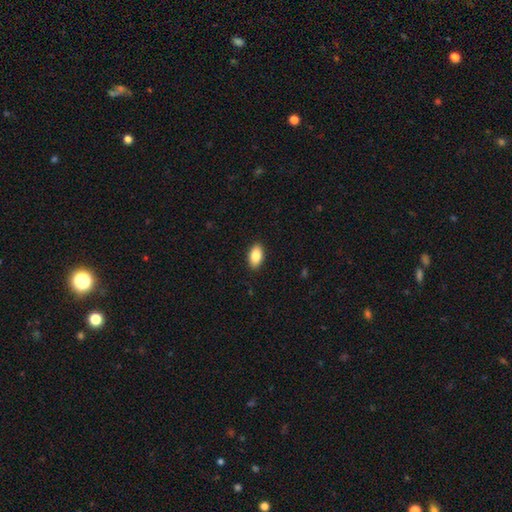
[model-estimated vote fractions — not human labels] smooth_or_featured: smooth (p=0.86) [alt: featured or disk p=0.07]
how_rounded: in between (p=0.93) [alt: round p=0.04]
merging: none (p=0.90) [alt: minor disturbance p=0.07]